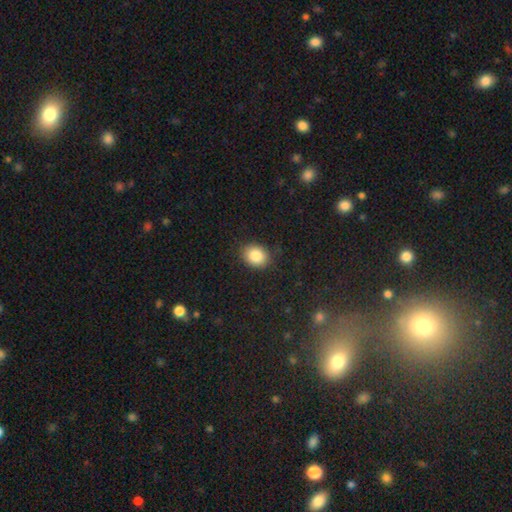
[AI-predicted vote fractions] Smooth or featured? Predicted: smooth (p=0.85). How rounded? Predicted: round (p=0.53). Merging? Predicted: none (p=0.85).